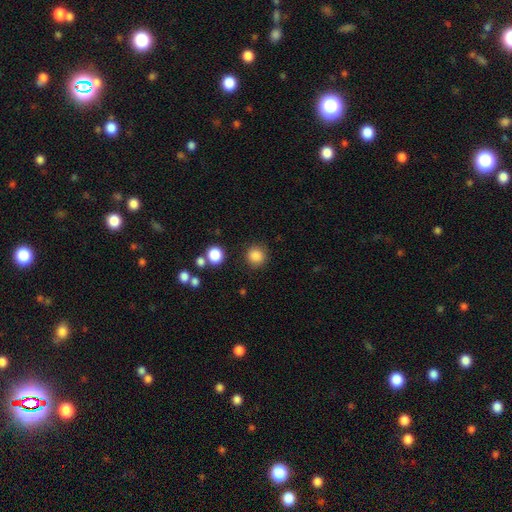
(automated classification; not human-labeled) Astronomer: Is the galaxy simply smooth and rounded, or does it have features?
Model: smooth — 86%.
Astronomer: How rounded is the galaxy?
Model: round — 92%.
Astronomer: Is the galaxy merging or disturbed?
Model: none — 87%.